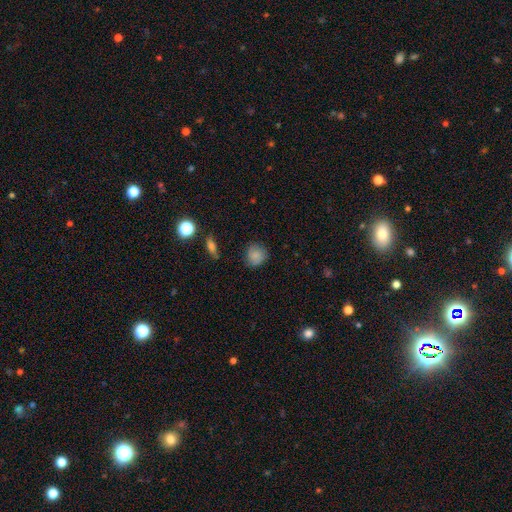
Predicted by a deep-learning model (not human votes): smooth_or_featured: smooth (p=0.82) [alt: star or artifact p=0.10]
how_rounded: round (p=0.82) [alt: in between p=0.17]
merging: none (p=0.77) [alt: minor disturbance p=0.17]